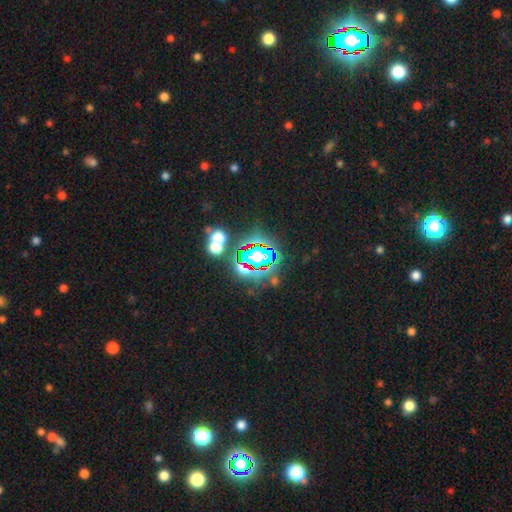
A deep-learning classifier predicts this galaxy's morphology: Smooth or featured? star or artifact (67%)